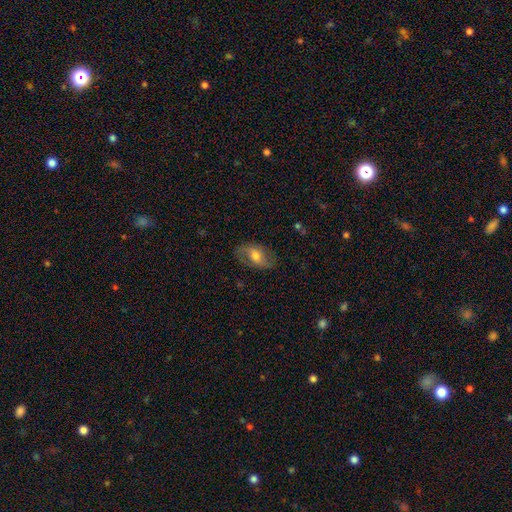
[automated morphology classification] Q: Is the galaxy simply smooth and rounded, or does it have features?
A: featured or disk — 48%.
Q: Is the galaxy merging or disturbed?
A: none — 77%.